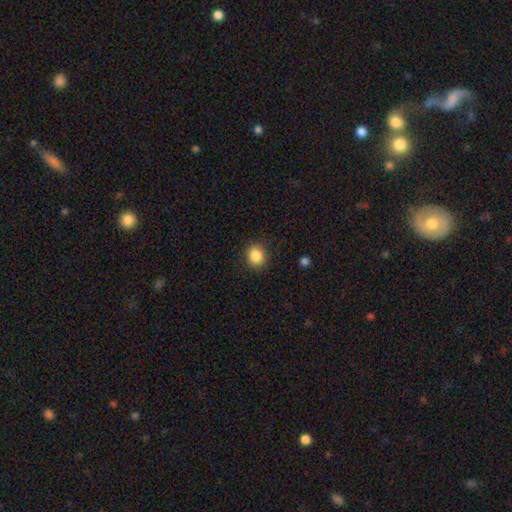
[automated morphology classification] The model was most divided on "how rounded": round: 80%, in between: 19%, cigar-shaped: 1%. More confident: merging — none (89%); smooth or featured — smooth (87%).